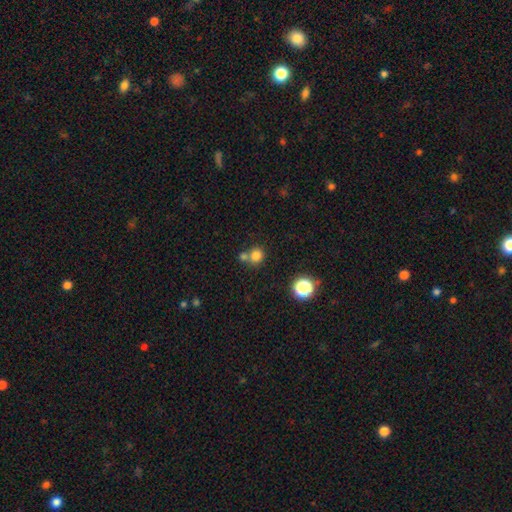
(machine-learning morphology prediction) smooth 79%, star or artifact 15%, featured or disk 7%. Down the decision tree: how rounded — round (86%); merging — none (55%).